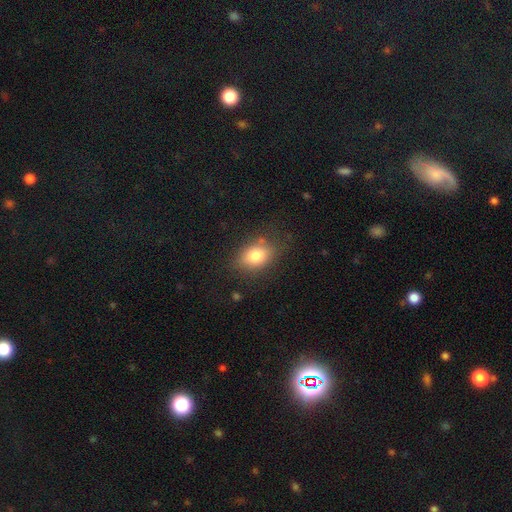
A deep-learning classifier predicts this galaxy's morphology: Smooth or featured? smooth (79%)
How rounded? in between (72%)
Merging? none (74%)